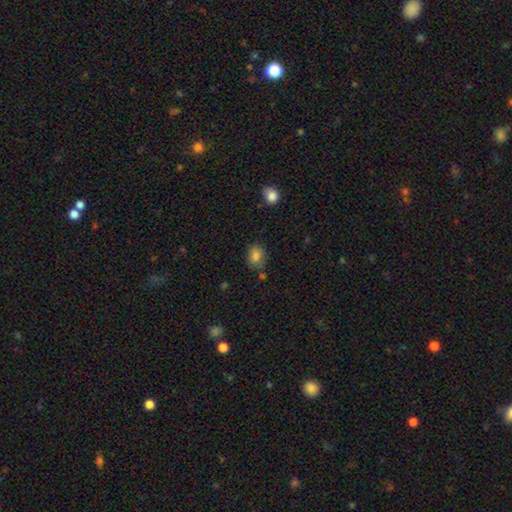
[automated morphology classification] smooth-or-featured: smooth: 83% | star or artifact: 10% | featured or disk: 7%
  how-rounded: in between: 56% | round: 43% | cigar-shaped: 1%
  merging: none: 69% | minor disturbance: 20% | merger: 6% | major disturbance: 5%